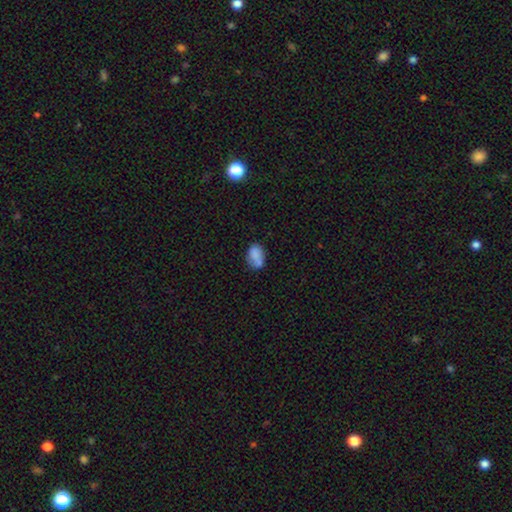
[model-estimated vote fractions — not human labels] This is likely a smooth galaxy (78%). How rounded: clearly in between (81%). Merging: possibly none (48%).